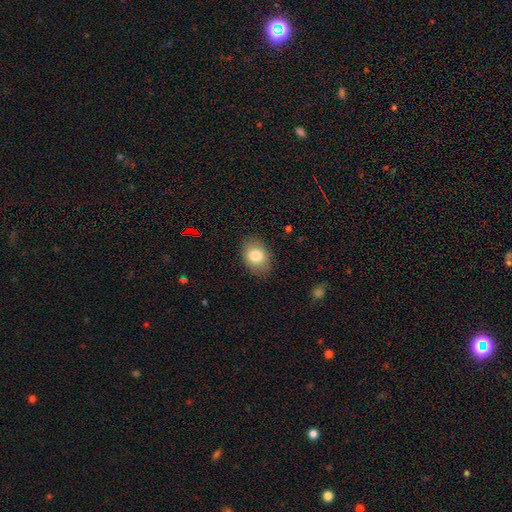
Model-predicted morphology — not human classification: A smooth galaxy with no disk features (81%) that is in between round and cigar-shaped (76%).

Vote fractions:
- Smooth or featured? smooth: 81% / featured or disk: 11% / star or artifact: 9%
- How rounded? in between: 76% / round: 23% / cigar-shaped: 1%
- Merging? none: 85% / minor disturbance: 11% / major disturbance: 3% / merger: 1%